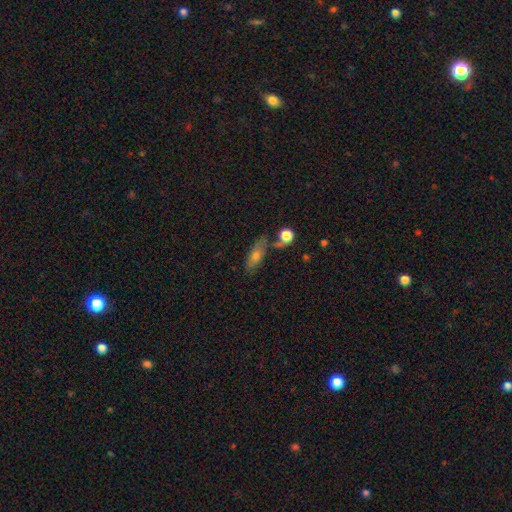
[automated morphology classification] type=smooth (54%); roundness=in between (59%); merging=none (57%).